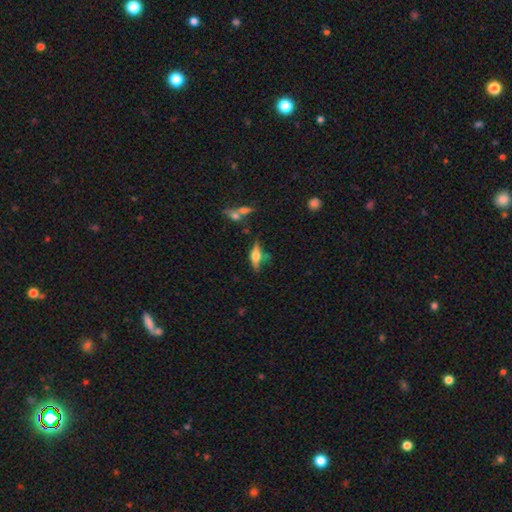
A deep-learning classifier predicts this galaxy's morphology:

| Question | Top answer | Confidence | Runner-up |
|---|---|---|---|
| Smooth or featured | featured or disk | 61% | smooth (31%) |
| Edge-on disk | yes | 93% | no (7%) |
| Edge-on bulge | rounded | 91% | boxy (7%) |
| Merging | none | 68% | minor disturbance (18%) |